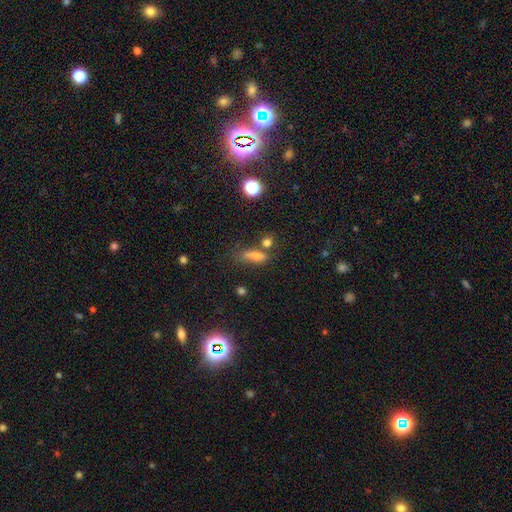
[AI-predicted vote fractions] Smooth or featured? Predicted: smooth (p=0.63). How rounded? Predicted: in between (p=0.46). Merging? Predicted: none (p=0.52).